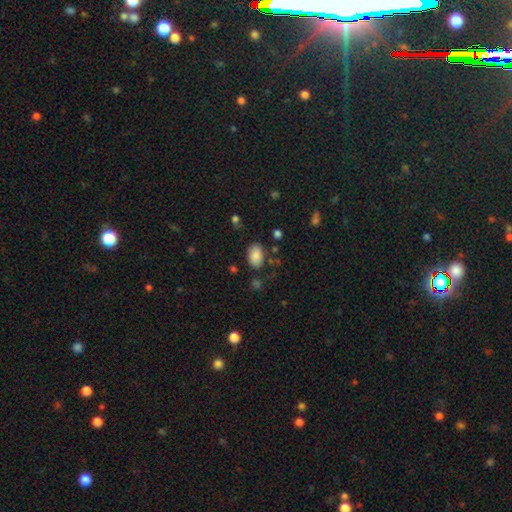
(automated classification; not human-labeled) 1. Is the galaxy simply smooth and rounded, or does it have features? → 86% smooth, 8% star or artifact, 6% featured or disk.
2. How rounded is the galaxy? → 91% in between, 8% round, 1% cigar-shaped.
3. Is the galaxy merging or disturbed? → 80% none, 13% minor disturbance, 4% major disturbance, 3% merger.